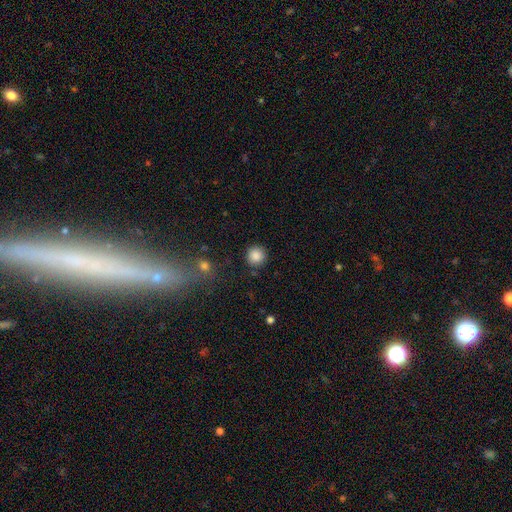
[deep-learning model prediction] This is clearly a smooth galaxy (87%). How rounded: clearly round (94%). Merging: clearly none (88%).